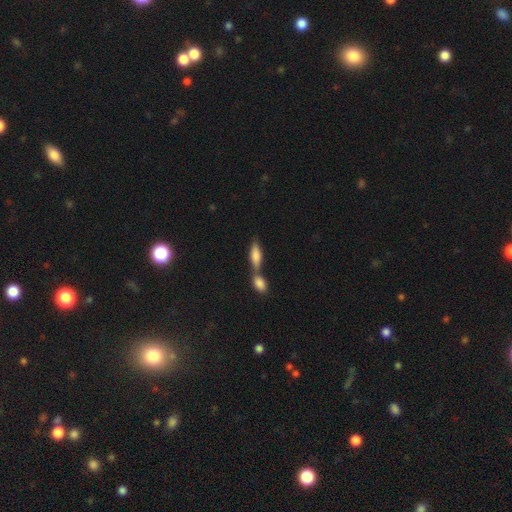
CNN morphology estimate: Q: Smooth or featured?
A: smooth (76%); runner-up: featured or disk (18%)
Q: How rounded?
A: in between (66%); runner-up: cigar-shaped (31%)
Q: Merging?
A: merger (55%); runner-up: none (32%)